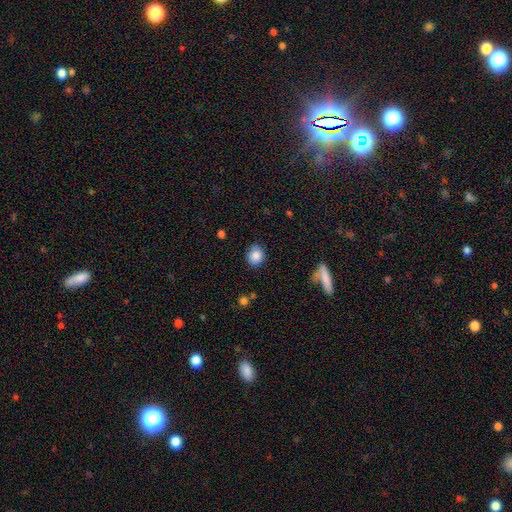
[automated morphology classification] smooth-or-featured: smooth: 86% | star or artifact: 9% | featured or disk: 5%
  how-rounded: round: 69% | in between: 30% | cigar-shaped: 1%
  merging: none: 82% | minor disturbance: 13% | major disturbance: 3% | merger: 2%